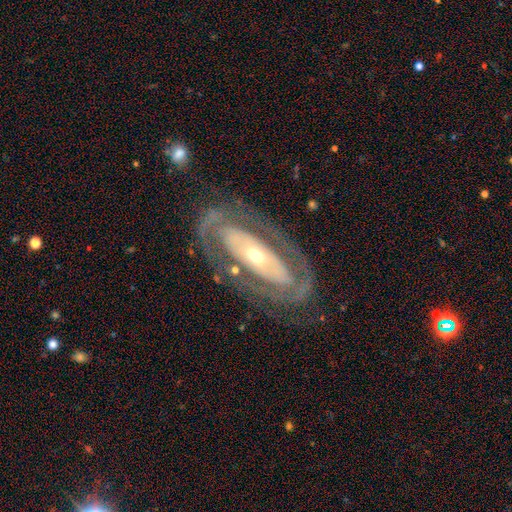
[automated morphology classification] type=featured or disk (81%); edge-on=no (90%); bar=no (58%); spiral arms=yes (66%); bulge=small (46%, tied with moderate); merging=none (73%).